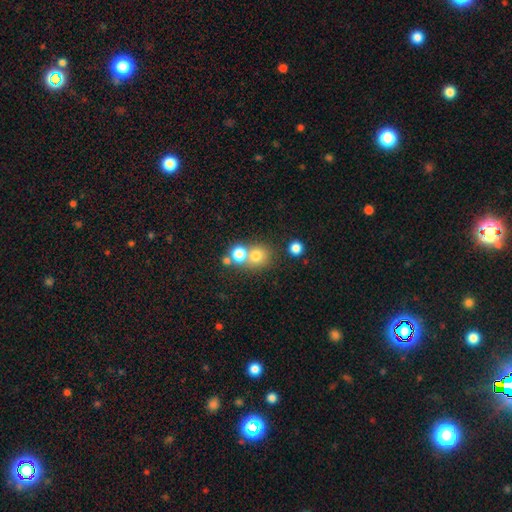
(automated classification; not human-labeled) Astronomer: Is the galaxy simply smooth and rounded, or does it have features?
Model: smooth — 73%.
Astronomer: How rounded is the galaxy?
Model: round — 83%.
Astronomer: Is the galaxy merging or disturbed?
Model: none — 53% (runner-up: merger, 36%).